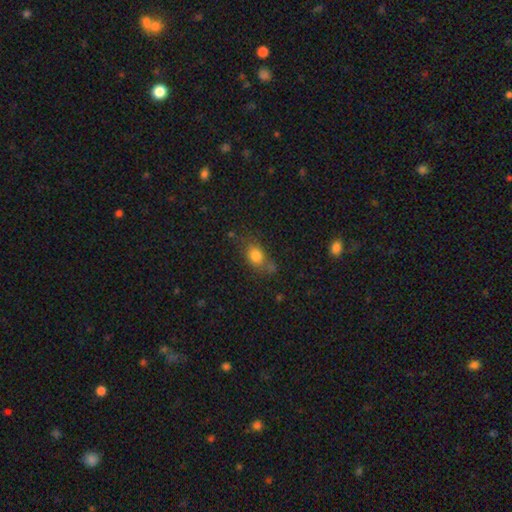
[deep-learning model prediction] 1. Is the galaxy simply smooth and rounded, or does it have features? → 78% smooth, 11% star or artifact, 11% featured or disk.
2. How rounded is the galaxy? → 62% in between, 34% round, 4% cigar-shaped.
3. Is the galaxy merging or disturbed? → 56% none, 24% minor disturbance, 10% major disturbance, 9% merger.